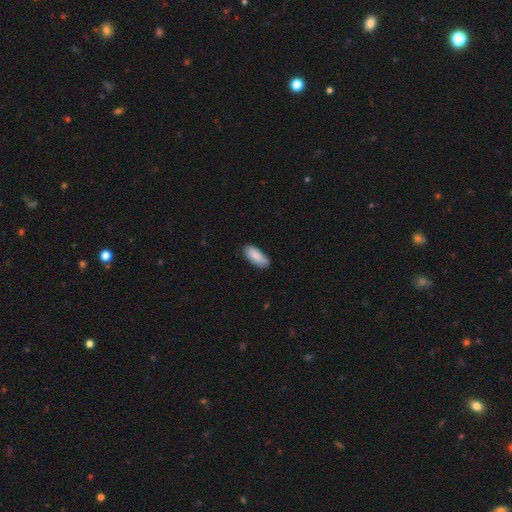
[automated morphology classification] Smooth or featured? smooth (86%)
How rounded? in between (84%)
Merging? none (83%)